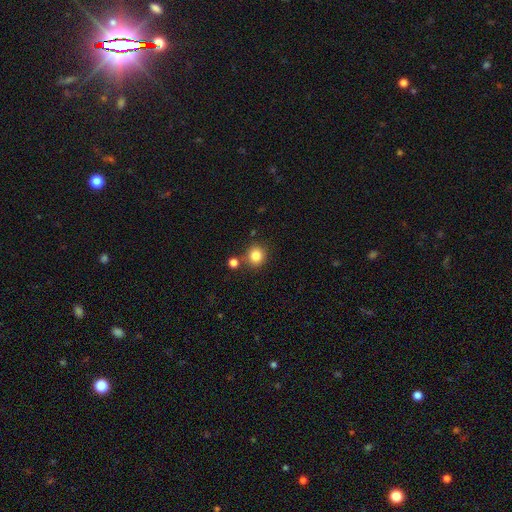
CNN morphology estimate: Smooth or featured? smooth (83%)
How rounded? round (89%)
Merging? none (79%)